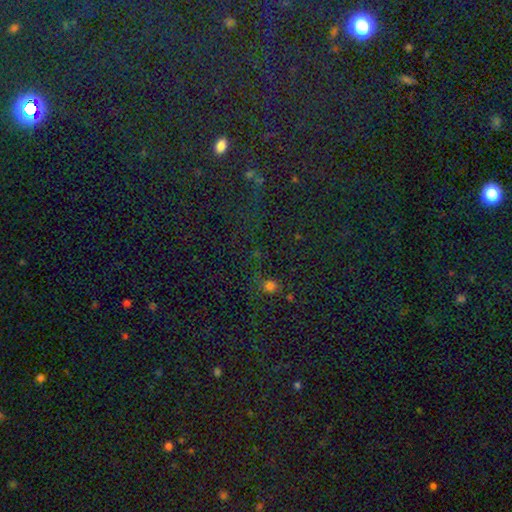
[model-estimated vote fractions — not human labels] Overall: star or artifact (77%).